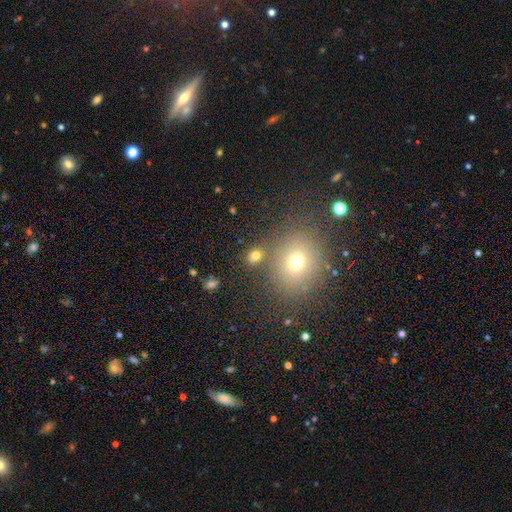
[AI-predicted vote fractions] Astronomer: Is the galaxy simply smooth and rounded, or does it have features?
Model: smooth — 72%.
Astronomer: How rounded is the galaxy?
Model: in between — 59% (runner-up: round, 38%).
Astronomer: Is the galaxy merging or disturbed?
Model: none — 71%.